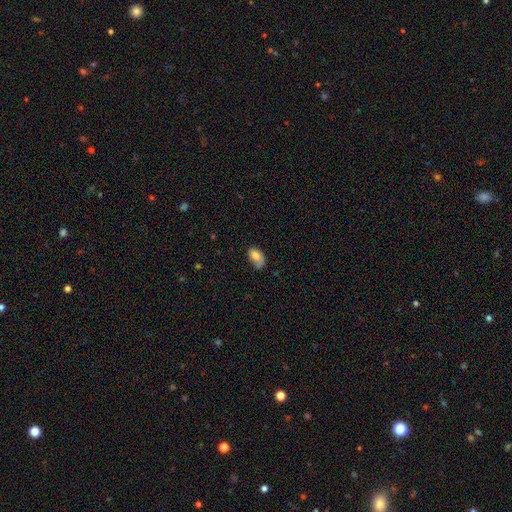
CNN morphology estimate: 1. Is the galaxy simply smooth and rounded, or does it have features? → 79% smooth, 13% featured or disk, 8% star or artifact.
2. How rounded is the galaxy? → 92% in between, 6% round, 2% cigar-shaped.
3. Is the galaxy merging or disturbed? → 49% none, 37% minor disturbance, 12% major disturbance, 3% merger.